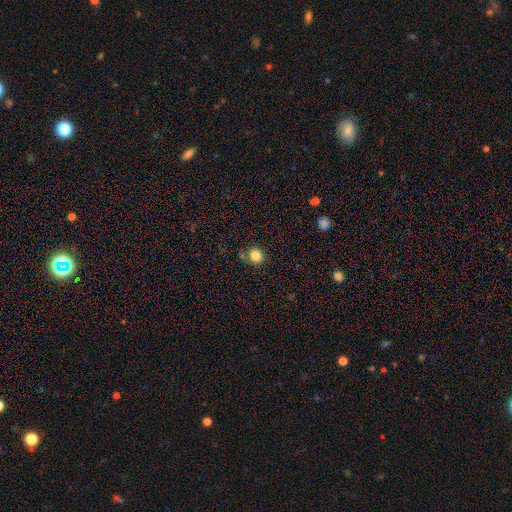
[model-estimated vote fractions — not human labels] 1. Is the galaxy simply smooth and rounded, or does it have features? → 83% smooth, 11% star or artifact, 6% featured or disk.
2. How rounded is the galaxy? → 78% round, 21% in between, 1% cigar-shaped.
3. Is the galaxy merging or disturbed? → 74% none, 14% minor disturbance, 7% merger, 5% major disturbance.